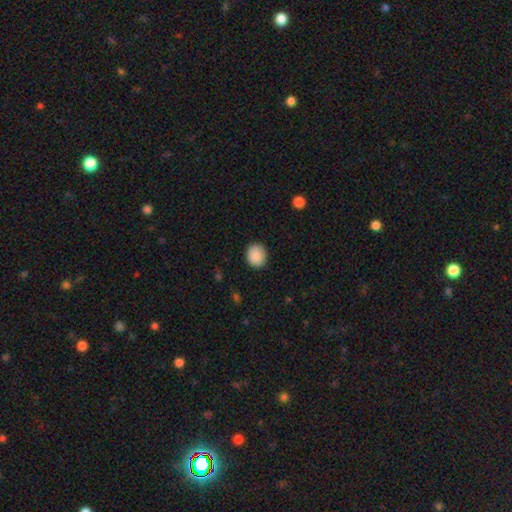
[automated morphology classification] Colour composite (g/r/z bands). It shows a smooth galaxy with no disk features (88%) that is round (76%). Merging: none (88%).